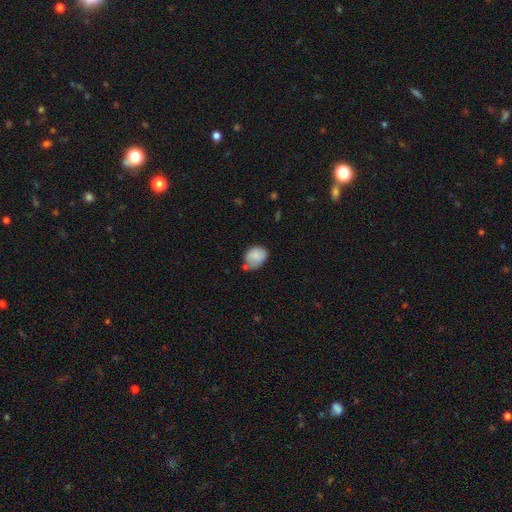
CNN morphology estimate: Smooth or featured: smooth — 82% (featured or disk — 10%)
How rounded: in between — 65% (round — 34%)
Merging: none — 46% (minor disturbance — 35%)